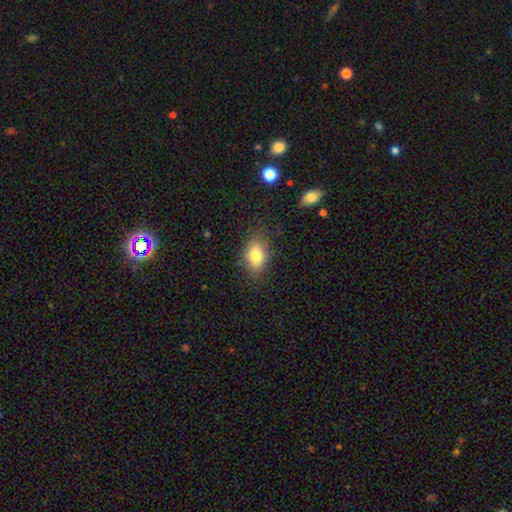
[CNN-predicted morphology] Smooth or featured?
  - smooth: 80% *
  - featured or disk: 11%
  - star or artifact: 9%
How rounded?
  - in between: 83% *
  - round: 16%
  - cigar-shaped: 2%
Merging?
  - none: 80% *
  - minor disturbance: 14%
  - major disturbance: 4%
  - merger: 1%